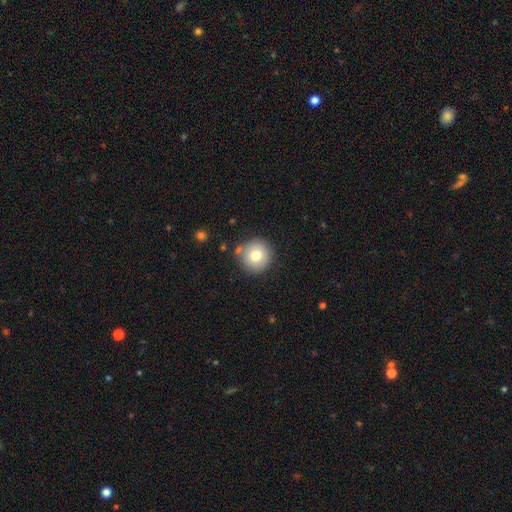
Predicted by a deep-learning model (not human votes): smooth 77%, featured or disk 13%, star or artifact 10%. Down the decision tree: how rounded — round (94%); merging — none (81%).